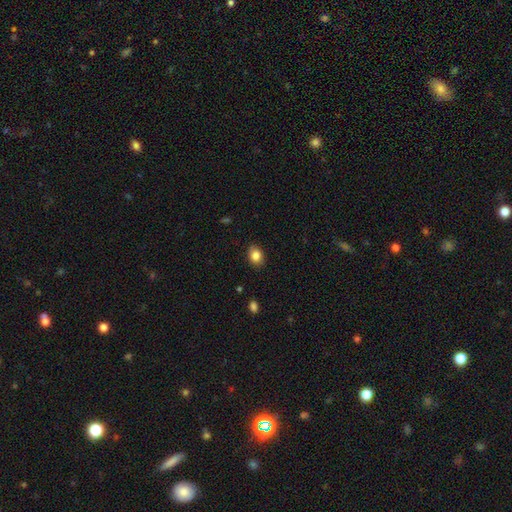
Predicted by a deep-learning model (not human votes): Smooth or featured? smooth (84%)
How rounded? in between (62%)
Merging? none (85%)